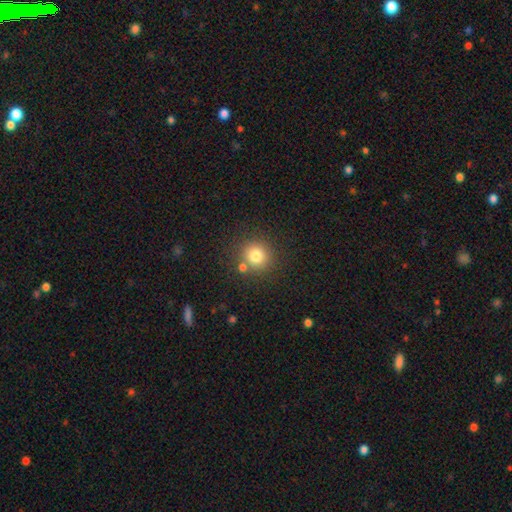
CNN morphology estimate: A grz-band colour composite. It shows a smooth galaxy with no disk features (78%) that is round (91%). Merging: none (77%).